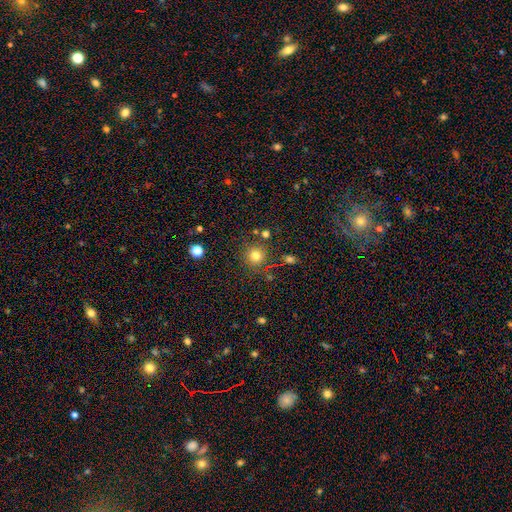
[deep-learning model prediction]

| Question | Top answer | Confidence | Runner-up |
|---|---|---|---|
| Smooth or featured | smooth | 79% | star or artifact (14%) |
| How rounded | round | 94% | in between (5%) |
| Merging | none | 84% | minor disturbance (8%) |